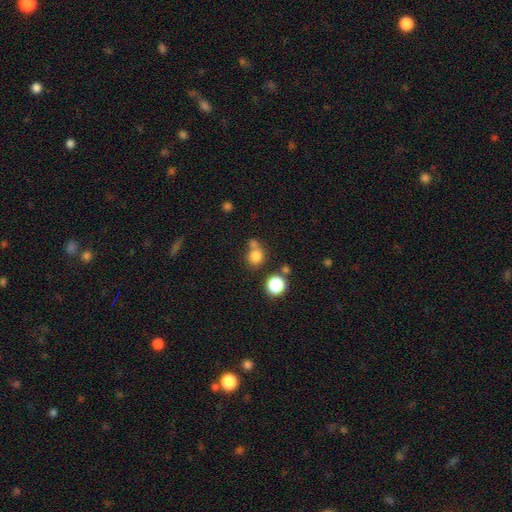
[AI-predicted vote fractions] Smooth or featured? smooth (78%)
How rounded? round (82%)
Merging? none (57%)